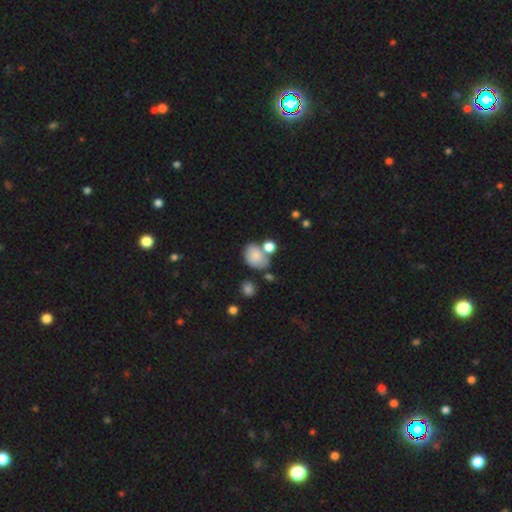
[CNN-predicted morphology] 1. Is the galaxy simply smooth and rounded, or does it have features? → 80% smooth, 10% featured or disk, 10% star or artifact.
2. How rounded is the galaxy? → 66% in between, 33% round, 1% cigar-shaped.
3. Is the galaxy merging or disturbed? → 49% none, 26% merger, 18% minor disturbance, 7% major disturbance.